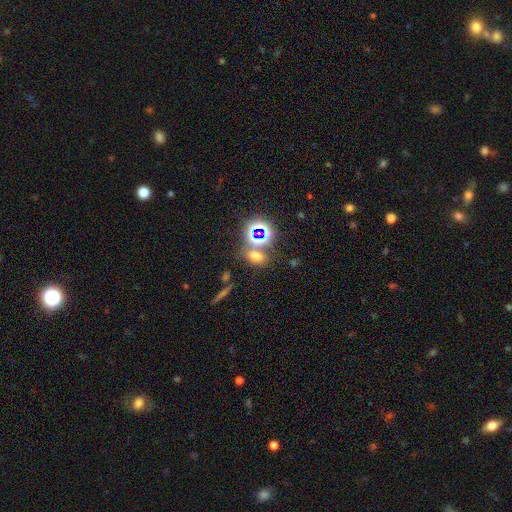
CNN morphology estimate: Smooth or featured? smooth (57%)
How rounded? in between (66%)
Merging? none (65%)